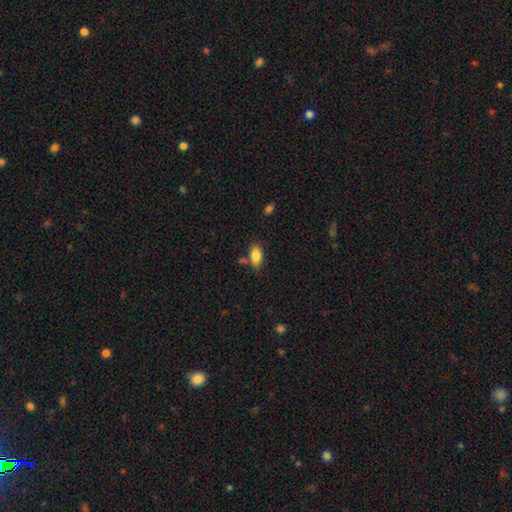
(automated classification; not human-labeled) Morphology: type=smooth (84%); roundness=in between (91%); merging=none (71%).